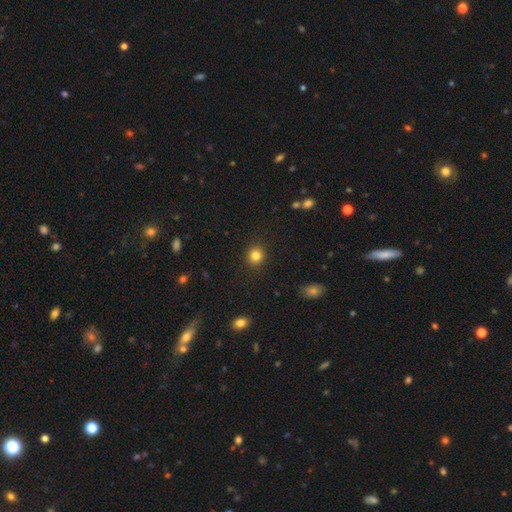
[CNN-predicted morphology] This is clearly a smooth galaxy (83%). How rounded: clearly round (88%). Merging: clearly none (91%).